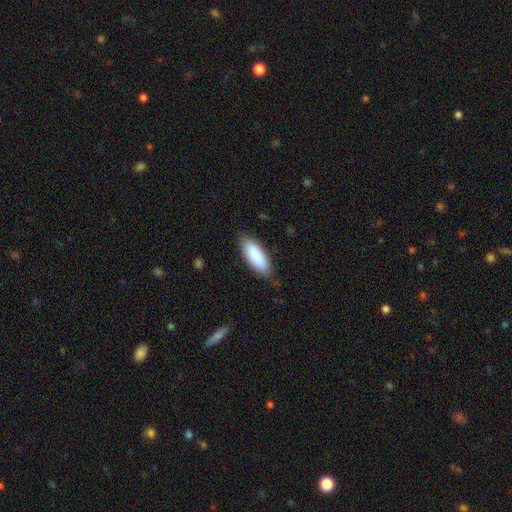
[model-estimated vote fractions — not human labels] This is clearly a smooth galaxy (88%). How rounded: likely in between (71%). Merging: clearly none (83%).